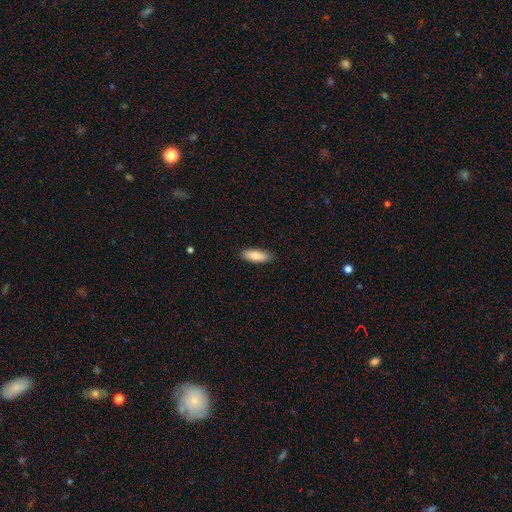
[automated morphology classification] This appears to be a smooth galaxy with no disk features (84%) that is in between round and cigar-shaped (64%). Merging: none (85%).